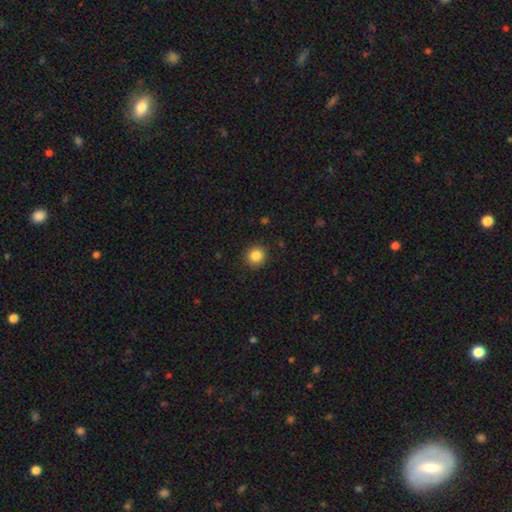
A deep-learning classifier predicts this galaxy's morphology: type=smooth (85%); roundness=round (92%); merging=none (90%).